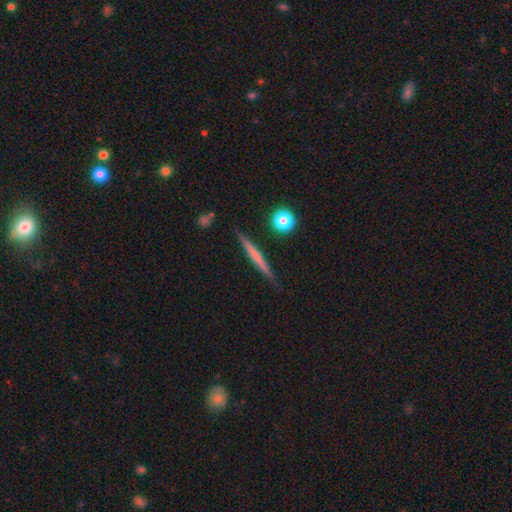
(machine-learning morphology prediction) The model was most divided on "smooth or featured": featured or disk: 52%, smooth: 42%, star or artifact: 7%. More confident: edge-on disk — yes (97%); merging — none (87%).